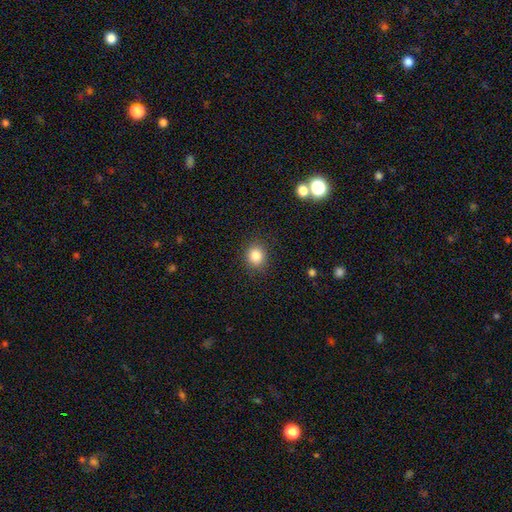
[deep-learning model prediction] A smooth galaxy with no disk features (85%) that is round (79%).

Vote fractions:
- Smooth or featured? smooth: 85% / star or artifact: 11% / featured or disk: 5%
- How rounded? round: 79% / in between: 20% / cigar-shaped: 1%
- Merging? none: 89% / minor disturbance: 8% / major disturbance: 2% / merger: 1%